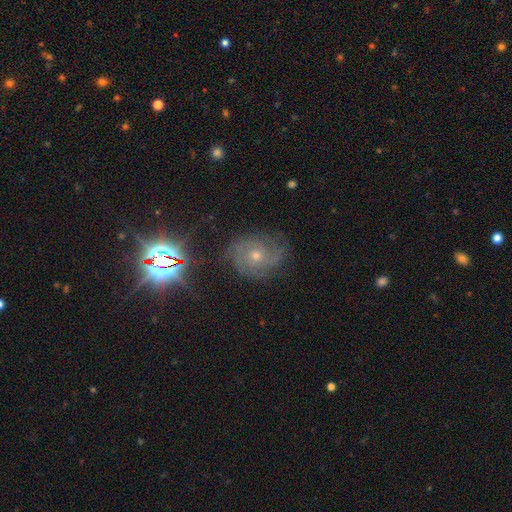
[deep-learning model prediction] smooth_or_featured: featured or disk (p=0.73) [alt: star or artifact p=0.17]
disk_edge_on: no (p=0.97) [alt: yes p=0.03]
bar: no (p=0.80) [alt: weak p=0.17]
has_spiral_arms: yes (p=0.95) [alt: no p=0.05]
spiral_winding: tight (p=0.60) [alt: medium p=0.32]
spiral_arm_count: 3 (p=0.33) [alt: can't tell p=0.25]
bulge_size: moderate (p=0.53) [alt: small p=0.43]
merging: none (p=0.75) [alt: minor disturbance p=0.17]